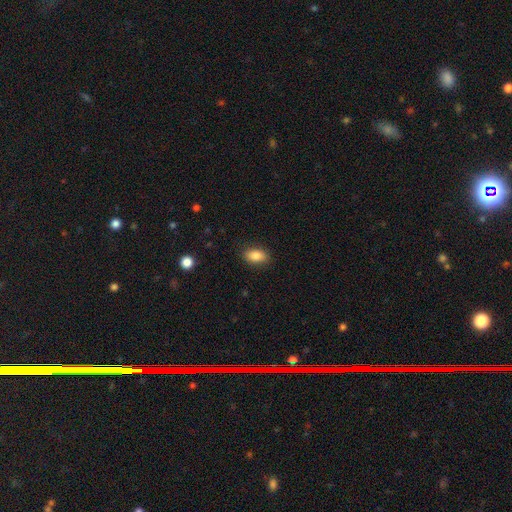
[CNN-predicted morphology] Smooth or featured? Predicted: smooth (p=0.86). How rounded? Predicted: in between (p=0.88). Merging? Predicted: none (p=0.87).